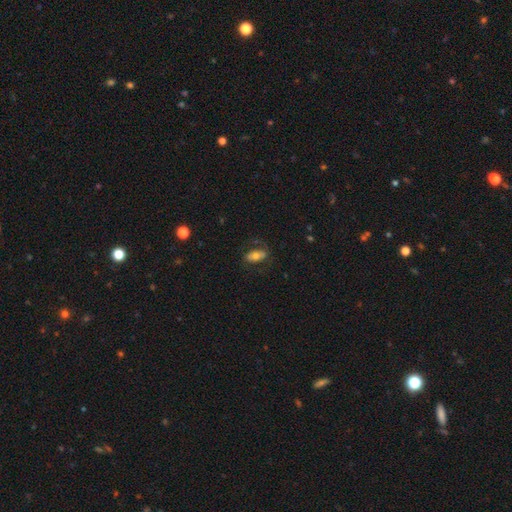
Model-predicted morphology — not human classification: type=smooth (61%); roundness=in between (87%); merging=none (68%).